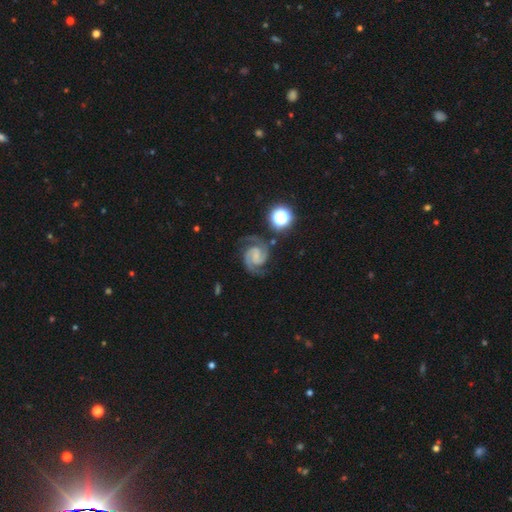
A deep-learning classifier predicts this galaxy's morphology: A featured or disk galaxy (90%) with a weak bar (45%), 2 (90%) medium (52%) spiral arms (99%) and no central bulge (43%).

Vote fractions:
- Smooth or featured? featured or disk: 90% / star or artifact: 6% / smooth: 4%
- Edge-on disk? no: 98% / yes: 2%
- Bar? weak: 45% / no: 40% / strong: 15%
- Spiral arms? yes: 99% / no: 1%
- Spiral winding? medium: 52% / tight: 40% / loose: 8%
- Spiral arm count? 2: 90% / 3: 4% / can't tell: 2% / 1: 1% / 4: 1% / more than 4: 1%
- Bulge size? none: 43% / small: 40% / moderate: 14% / large: 2% / dominant: 1%
- Merging? none: 75% / minor disturbance: 15% / major disturbance: 7% / merger: 3%